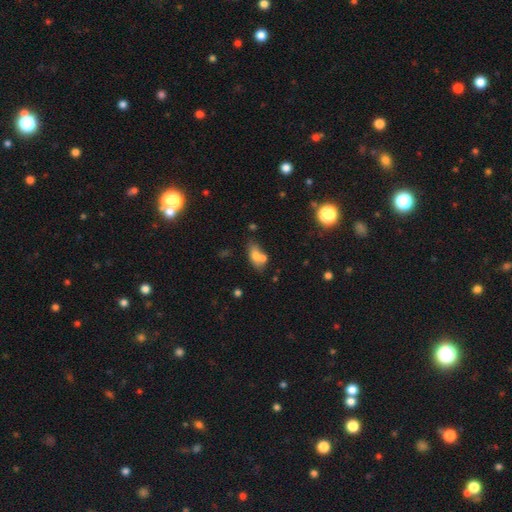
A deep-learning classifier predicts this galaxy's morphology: Overall: smooth (67%). How rounded: in between (79%). Merging: none (42%; merger 39%).